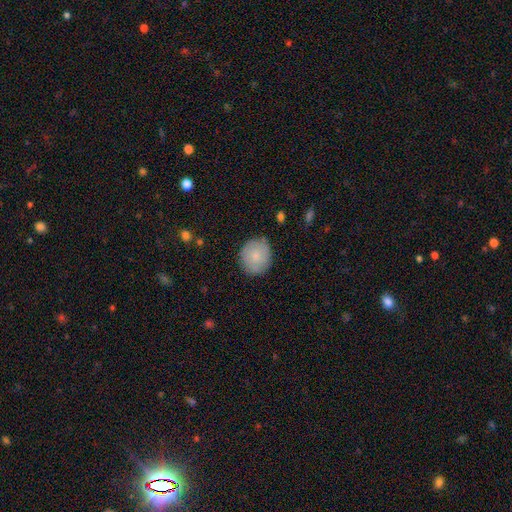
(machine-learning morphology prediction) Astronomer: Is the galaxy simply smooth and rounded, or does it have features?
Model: smooth — 78%.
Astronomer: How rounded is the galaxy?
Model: round — 83%.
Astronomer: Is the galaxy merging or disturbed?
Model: none — 80%.